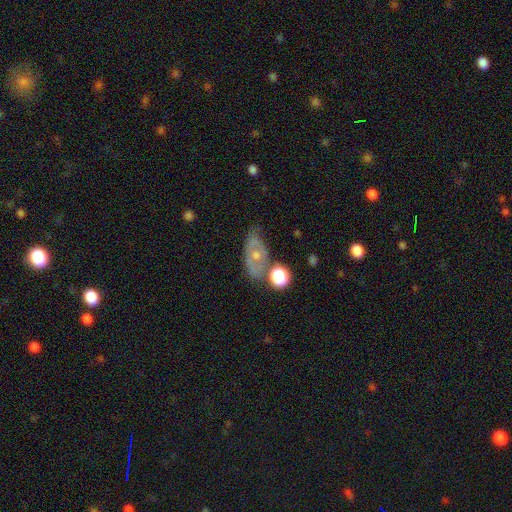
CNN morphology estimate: A featured or disk galaxy (59%) with no bar (86%), no spiral arms (67%) and a moderate central bulge (58%). Merging: none (63%).